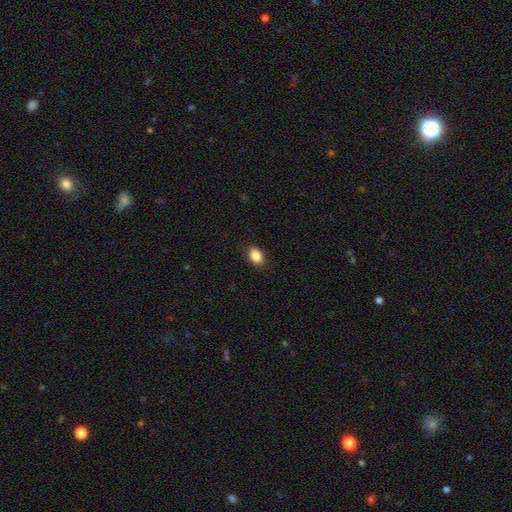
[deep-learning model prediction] smooth 87%, star or artifact 8%, featured or disk 5%. Down the decision tree: how rounded — in between (79%); merging — none (88%).